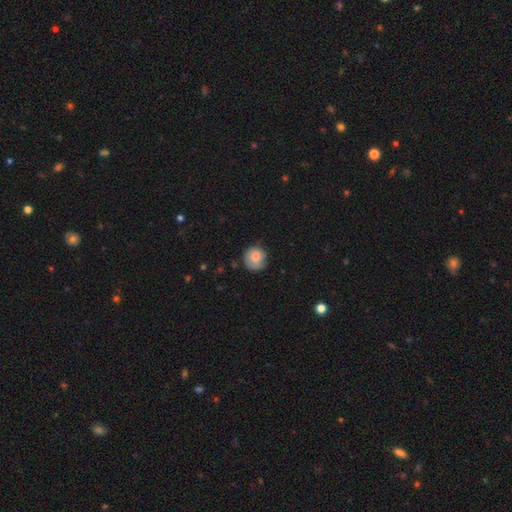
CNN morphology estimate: smooth_or_featured: smooth (p=0.75) [alt: featured or disk p=0.17]
how_rounded: round (p=0.91) [alt: in between p=0.08]
merging: none (p=0.73) [alt: minor disturbance p=0.22]